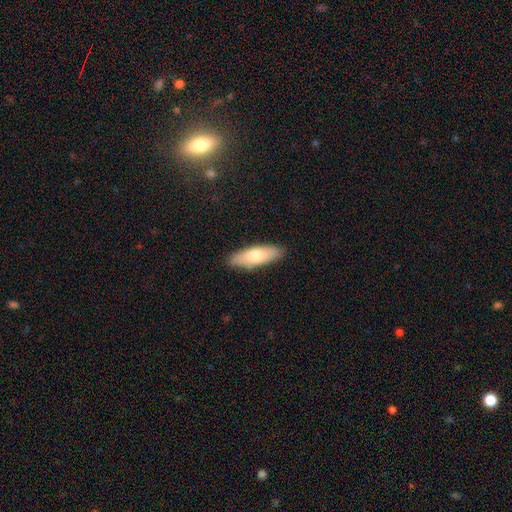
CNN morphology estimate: Smooth or featured? Predicted: smooth (p=0.73). How rounded? Predicted: in between (p=0.62). Merging? Predicted: none (p=0.86).